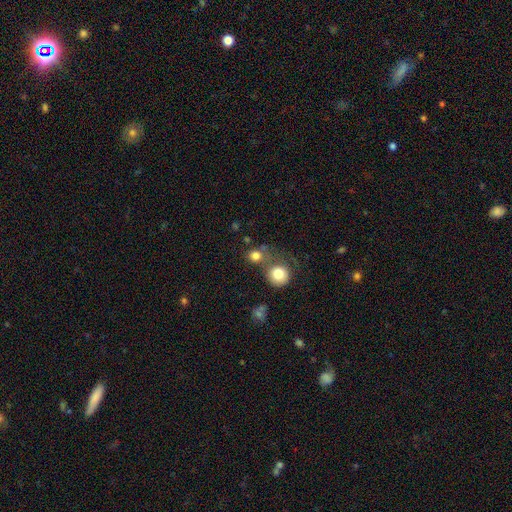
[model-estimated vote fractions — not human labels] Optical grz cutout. It shows a smooth galaxy with no disk features (80%) that is round (83%). Merging: none (54%).